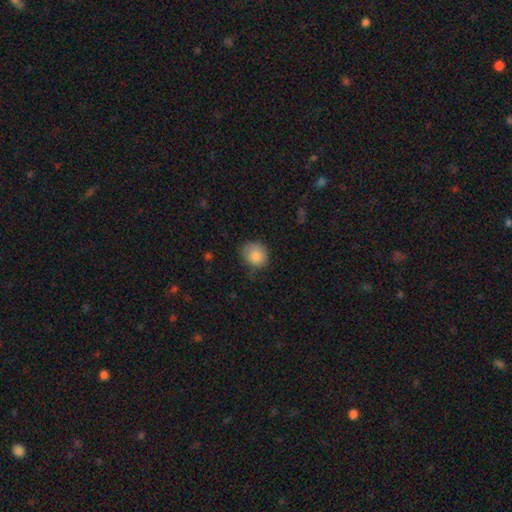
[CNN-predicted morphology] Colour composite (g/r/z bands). It shows a smooth galaxy with no disk features (86%) that is round (72%). Merging: none (64%).